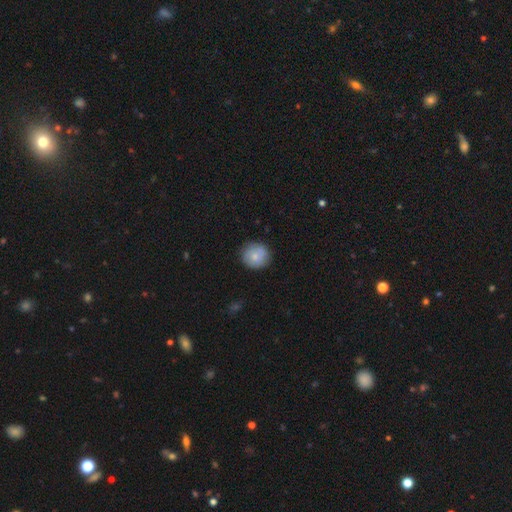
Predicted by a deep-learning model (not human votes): Smooth or featured? smooth (78%)
How rounded? round (88%)
Merging? none (84%)